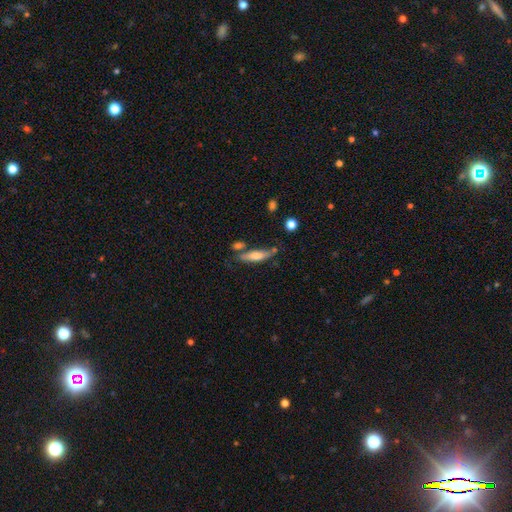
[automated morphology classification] smooth 57%, featured or disk 36%, star or artifact 7%. Down the decision tree: how rounded — cigar-shaped (71%); merging — none (63%).